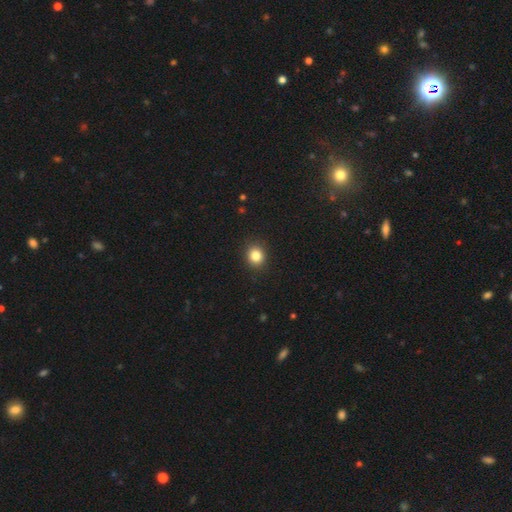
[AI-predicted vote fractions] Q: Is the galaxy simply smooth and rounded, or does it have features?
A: smooth — 84%.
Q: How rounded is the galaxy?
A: round — 77%.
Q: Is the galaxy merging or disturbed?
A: none — 91%.